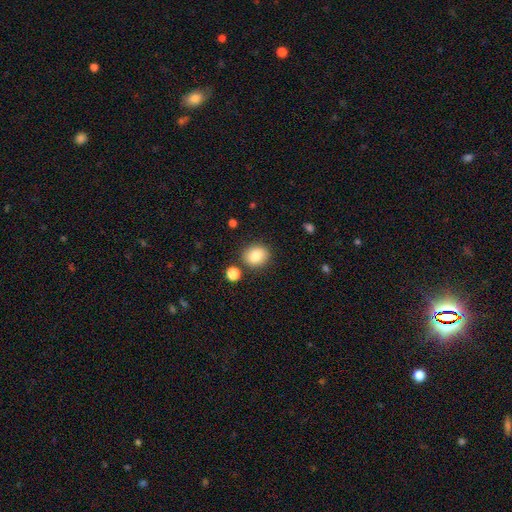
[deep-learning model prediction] Morphology: type=smooth (82%); roundness=round (65%); merging=none (83%).